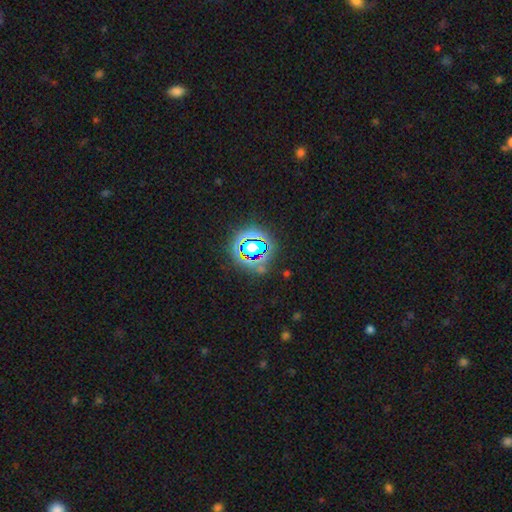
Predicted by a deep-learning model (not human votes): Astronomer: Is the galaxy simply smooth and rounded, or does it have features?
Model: star or artifact — 76%.